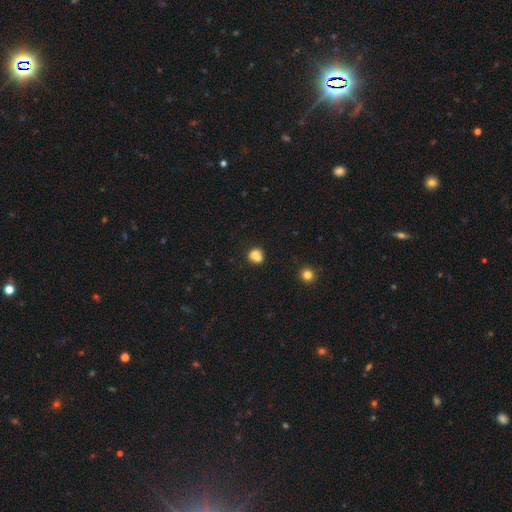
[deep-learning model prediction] Smooth or featured? Predicted: smooth (p=0.75). How rounded? Predicted: round (p=0.63). Merging? Predicted: none (p=0.47).